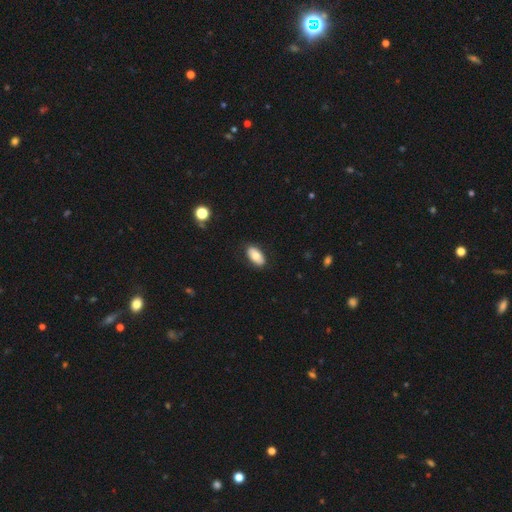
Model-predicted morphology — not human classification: Smooth or featured: smooth — 77% (featured or disk — 16%)
How rounded: in between — 93% (cigar-shaped — 4%)
Merging: none — 85% (minor disturbance — 11%)